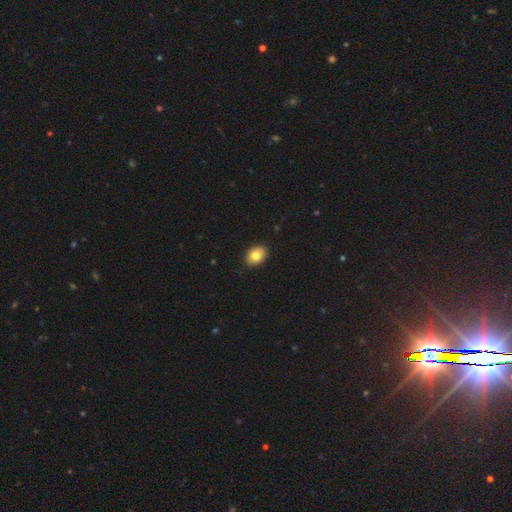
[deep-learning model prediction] smooth_or_featured: smooth (p=0.82) [alt: featured or disk p=0.09]
how_rounded: in between (p=0.73) [alt: round p=0.26]
merging: none (p=0.90) [alt: minor disturbance p=0.08]